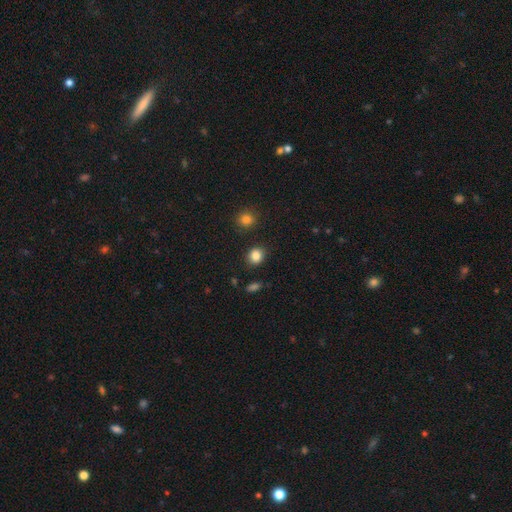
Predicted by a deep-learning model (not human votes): Morphology: type=smooth (85%); roundness=round (74%); merging=none (87%).